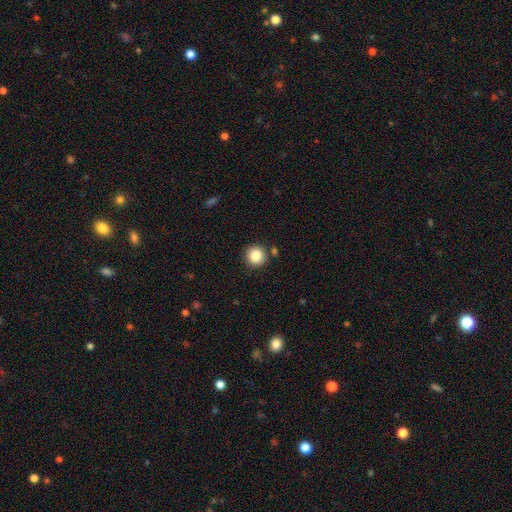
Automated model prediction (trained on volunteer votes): A smooth galaxy with no disk features (85%) that is round (94%). Merging: none (88%).